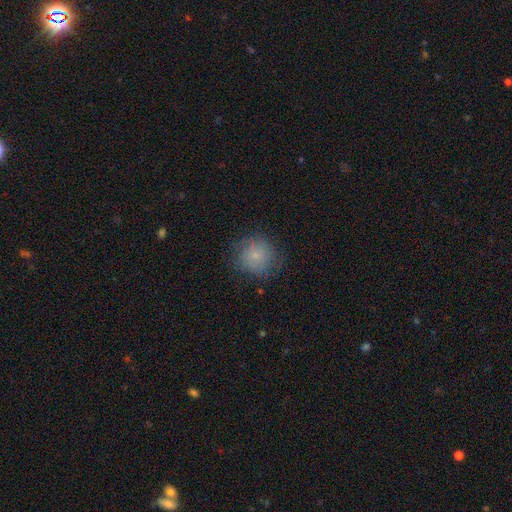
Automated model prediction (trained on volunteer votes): The model was most divided on "merging": none: 75%, minor disturbance: 17%, major disturbance: 7%, merger: 1%. More confident: how rounded — round (90%); smooth or featured — smooth (76%).